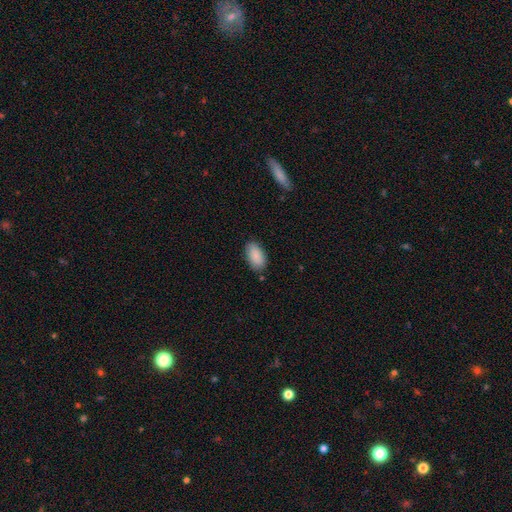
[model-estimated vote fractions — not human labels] The model was most divided on "merging": none: 83%, minor disturbance: 13%, major disturbance: 3%, merger: 2%. More confident: how rounded — in between (94%); smooth or featured — smooth (89%).